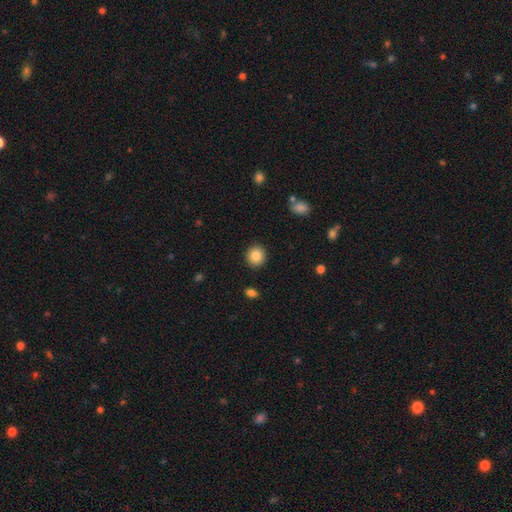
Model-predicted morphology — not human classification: smooth_or_featured: smooth (p=0.85) [alt: star or artifact p=0.09]
how_rounded: round (p=0.89) [alt: in between p=0.10]
merging: none (p=0.91) [alt: minor disturbance p=0.06]